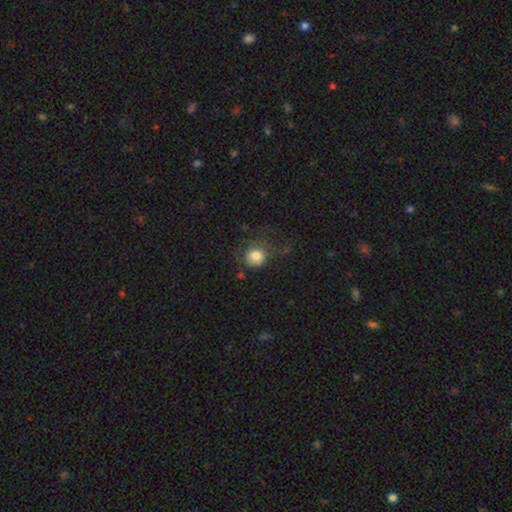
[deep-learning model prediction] This appears to be a smooth galaxy with no disk features (79%) that is round (85%). Merging: none (51%).